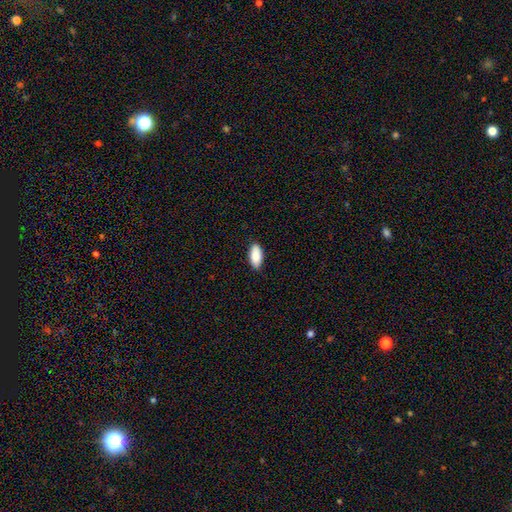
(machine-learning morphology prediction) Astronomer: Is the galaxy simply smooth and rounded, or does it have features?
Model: smooth — 88%.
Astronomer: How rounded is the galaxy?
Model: in between — 90%.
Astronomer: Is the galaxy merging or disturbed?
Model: none — 87%.